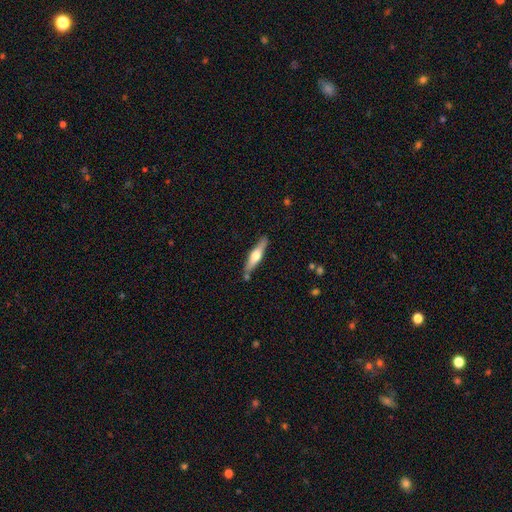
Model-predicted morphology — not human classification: Smooth or featured?
  - featured or disk: 52% *
  - smooth: 43%
  - star or artifact: 5%
Edge-on disk?
  - yes: 94% *
  - no: 6%
Merging?
  - none: 81% *
  - minor disturbance: 12%
  - merger: 5%
  - major disturbance: 2%